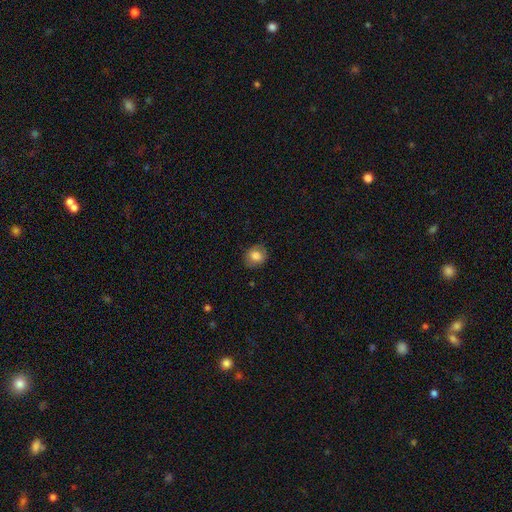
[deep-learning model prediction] Q: Smooth or featured?
A: smooth (78%); runner-up: featured or disk (13%)
Q: How rounded?
A: round (65%); runner-up: in between (34%)
Q: Merging?
A: none (83%); runner-up: minor disturbance (13%)